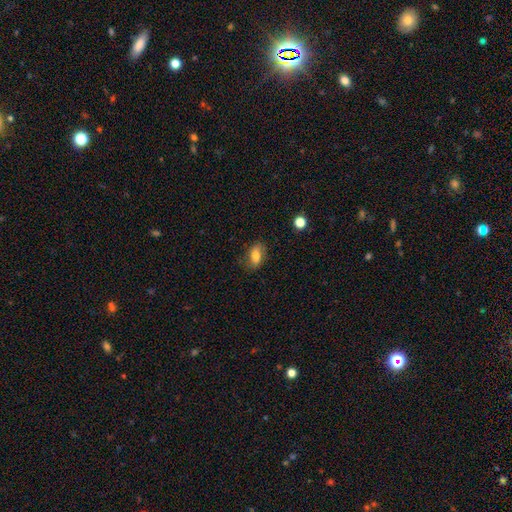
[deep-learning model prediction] A smooth galaxy with no disk features (76%) that is in between round and cigar-shaped (85%). Merging: none (77%).